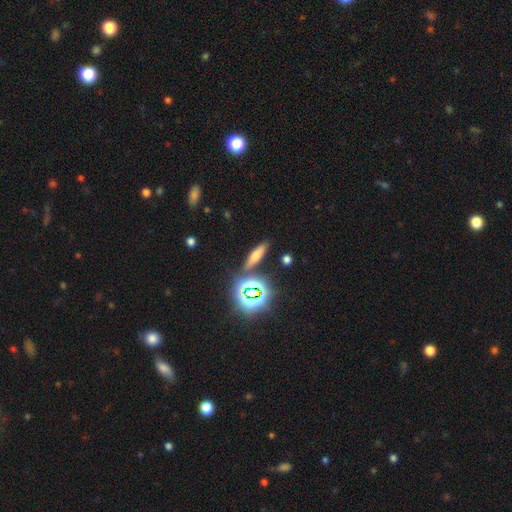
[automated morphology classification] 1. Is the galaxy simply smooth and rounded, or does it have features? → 56% smooth, 26% star or artifact, 18% featured or disk.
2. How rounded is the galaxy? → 61% cigar-shaped, 30% in between, 9% round.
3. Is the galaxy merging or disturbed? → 82% none, 9% minor disturbance, 6% merger, 3% major disturbance.